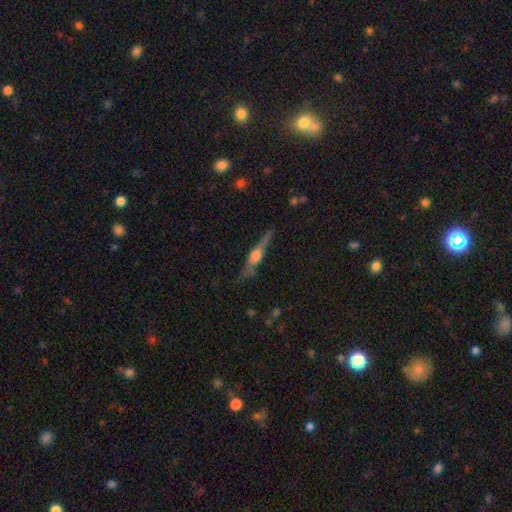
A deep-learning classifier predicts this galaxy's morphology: Smooth or featured: featured or disk — 70% (smooth — 23%)
Edge-on disk: yes — 96% (no — 4%)
Edge-on bulge: rounded — 84% (boxy — 12%)
Merging: none — 80% (minor disturbance — 15%)